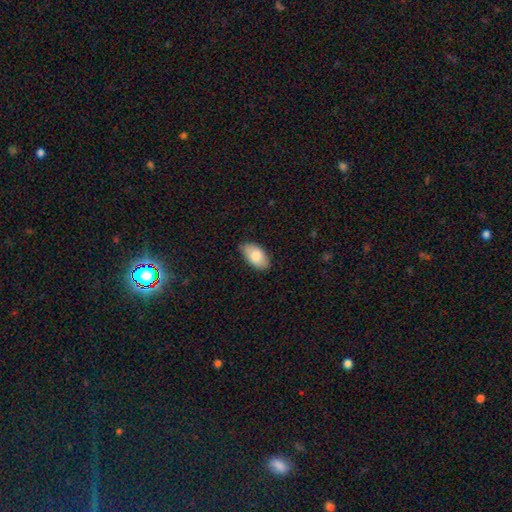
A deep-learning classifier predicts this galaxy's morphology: Smooth or featured?
  - smooth: 82% *
  - featured or disk: 12%
  - star or artifact: 6%
How rounded?
  - in between: 95% *
  - round: 3%
  - cigar-shaped: 2%
Merging?
  - none: 81% *
  - minor disturbance: 16%
  - major disturbance: 2%
  - merger: 1%